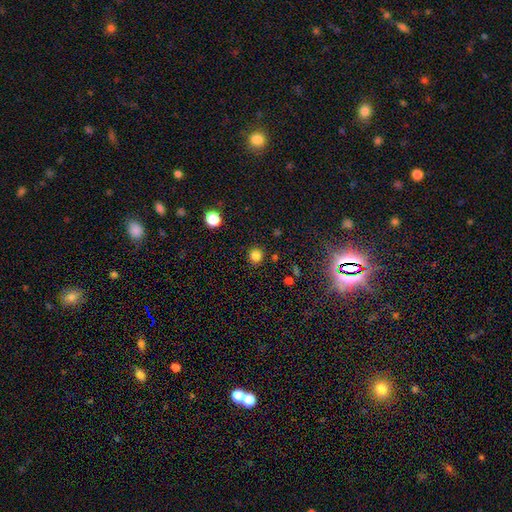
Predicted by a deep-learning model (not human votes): Q: Smooth or featured?
A: smooth (81%); runner-up: star or artifact (15%)
Q: How rounded?
A: round (91%); runner-up: in between (8%)
Q: Merging?
A: none (89%); runner-up: minor disturbance (7%)